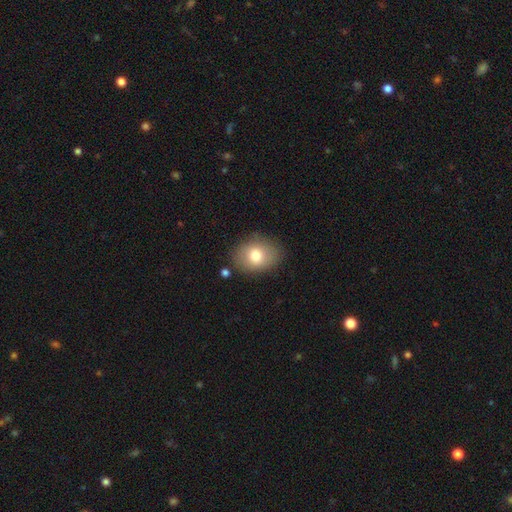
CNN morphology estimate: Q: Smooth or featured?
A: smooth (77%); runner-up: featured or disk (14%)
Q: How rounded?
A: in between (63%); runner-up: round (36%)
Q: Merging?
A: none (81%); runner-up: minor disturbance (13%)